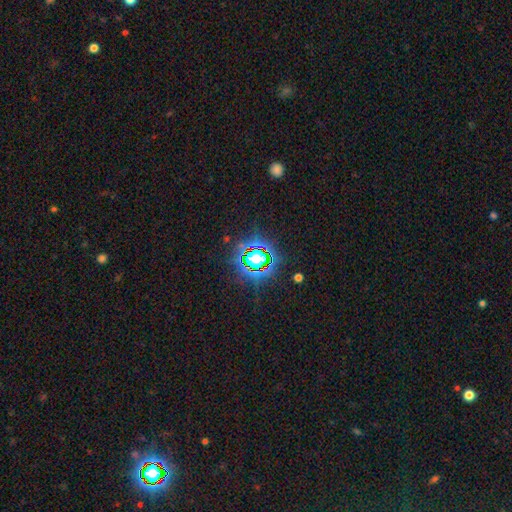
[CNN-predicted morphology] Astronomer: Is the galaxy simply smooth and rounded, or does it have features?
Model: star or artifact — 80%.